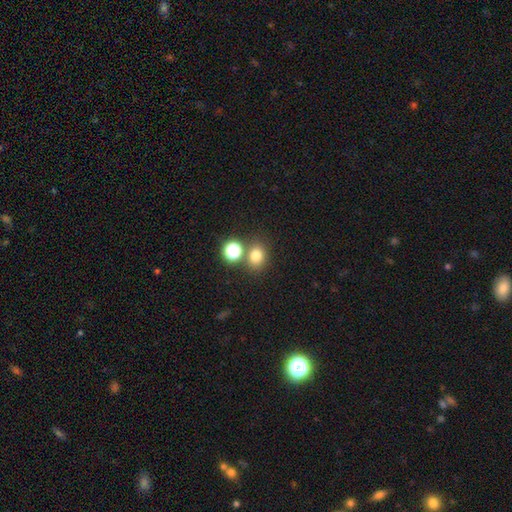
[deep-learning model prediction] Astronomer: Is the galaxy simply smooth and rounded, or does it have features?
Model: smooth — 77%.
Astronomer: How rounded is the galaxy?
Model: round — 65%.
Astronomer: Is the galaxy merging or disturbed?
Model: none — 70%.